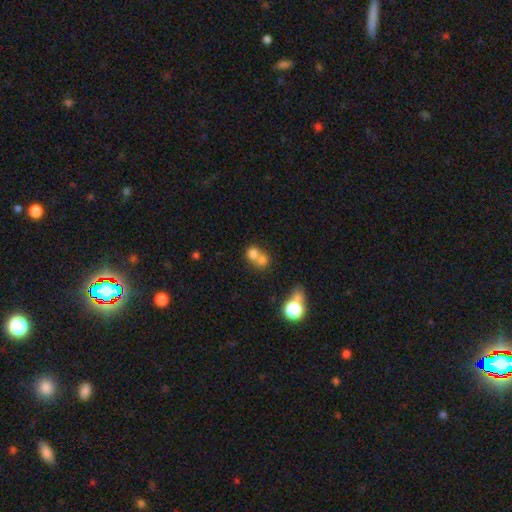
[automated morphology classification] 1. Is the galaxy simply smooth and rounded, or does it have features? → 72% smooth, 15% featured or disk, 13% star or artifact.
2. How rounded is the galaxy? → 76% round, 23% in between, 1% cigar-shaped.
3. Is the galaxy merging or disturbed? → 61% merger, 30% none, 5% minor disturbance, 3% major disturbance.